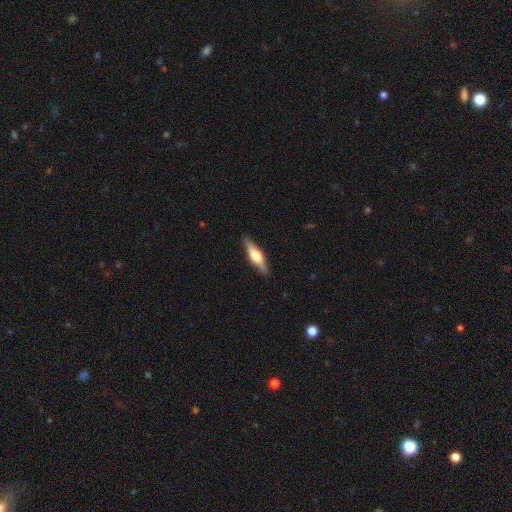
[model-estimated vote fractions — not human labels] Smooth or featured? Predicted: featured or disk (p=0.48). Merging? Predicted: none (p=0.89).